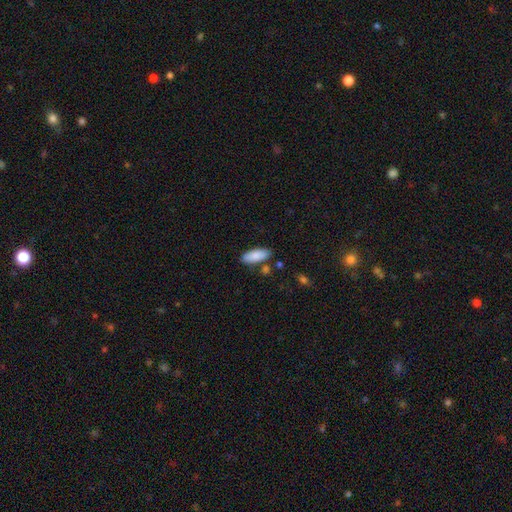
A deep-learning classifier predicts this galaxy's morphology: Smooth or featured?
  - smooth: 88% *
  - featured or disk: 6%
  - star or artifact: 6%
How rounded?
  - in between: 81% *
  - cigar-shaped: 18%
  - round: 2%
Merging?
  - none: 80% *
  - minor disturbance: 12%
  - merger: 5%
  - major disturbance: 3%